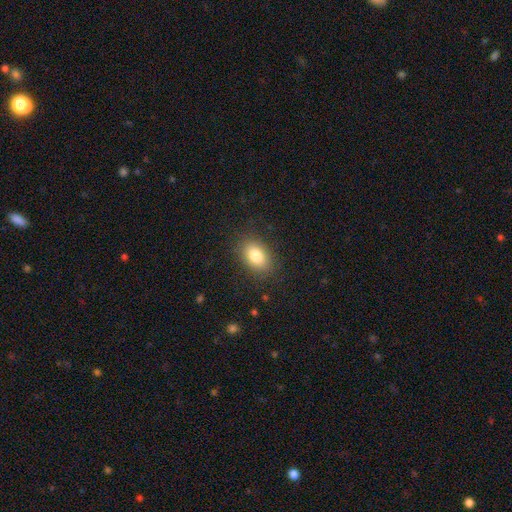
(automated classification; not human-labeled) Smooth or featured? Predicted: smooth (p=0.83). How rounded? Predicted: in between (p=0.82). Merging? Predicted: none (p=0.86).